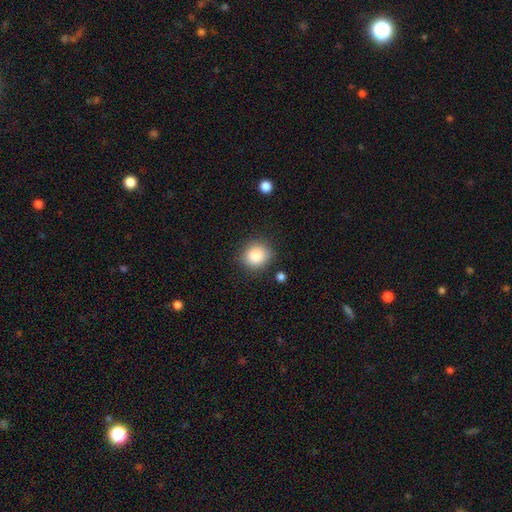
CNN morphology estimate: This appears to be a smooth galaxy with no disk features (86%) that is round (82%). Merging: none (84%).